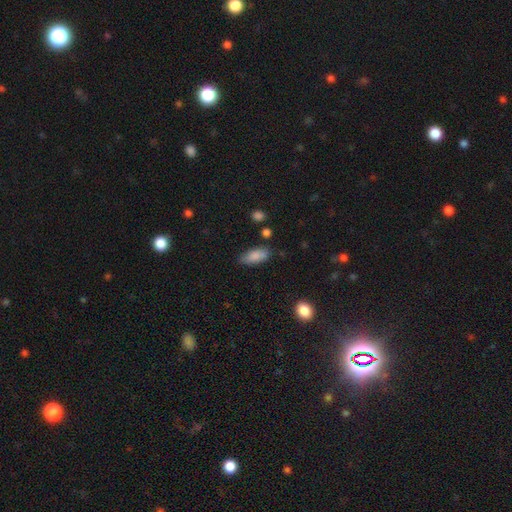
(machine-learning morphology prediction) Smooth or featured: smooth — 84% (featured or disk — 9%)
How rounded: in between — 80% (cigar-shaped — 18%)
Merging: none — 75% (minor disturbance — 18%)